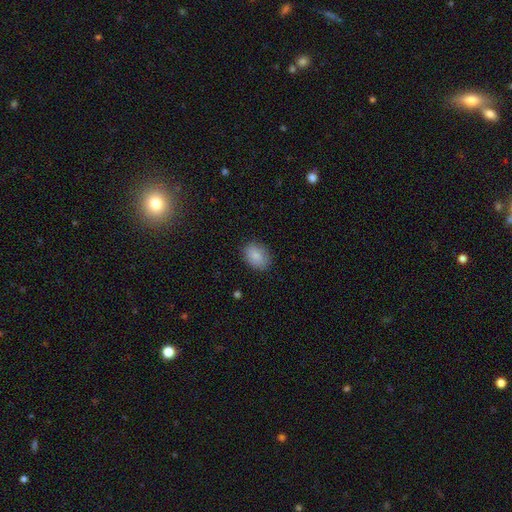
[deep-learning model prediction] smooth_or_featured: smooth (p=0.86) [alt: star or artifact p=0.07]
how_rounded: in between (p=0.73) [alt: round p=0.26]
merging: none (p=0.84) [alt: minor disturbance p=0.12]